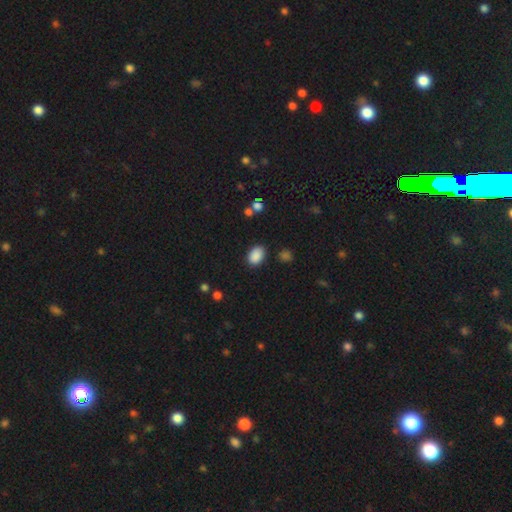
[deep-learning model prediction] Smooth or featured? Predicted: smooth (p=0.88). How rounded? Predicted: in between (p=0.84). Merging? Predicted: none (p=0.84).